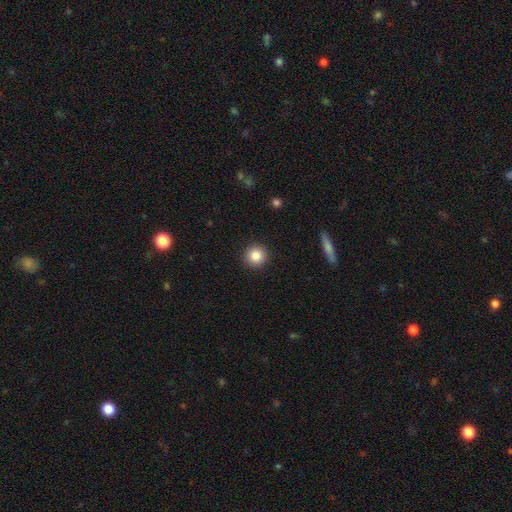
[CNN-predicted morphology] This is clearly a smooth galaxy (85%). How rounded: clearly round (95%). Merging: clearly none (92%).